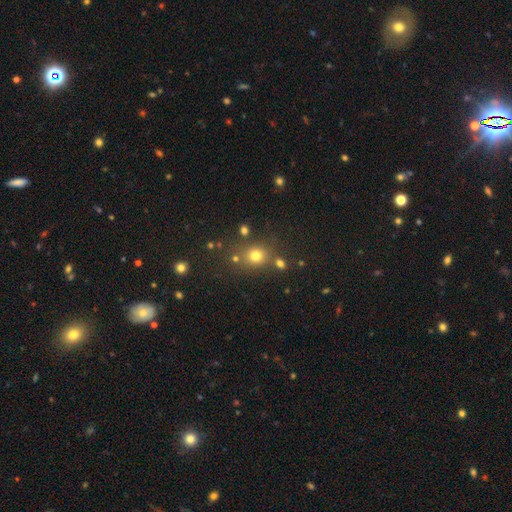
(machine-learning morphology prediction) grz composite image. It shows a smooth galaxy with no disk features (73%) that is round (78%). Merging: none (73%).